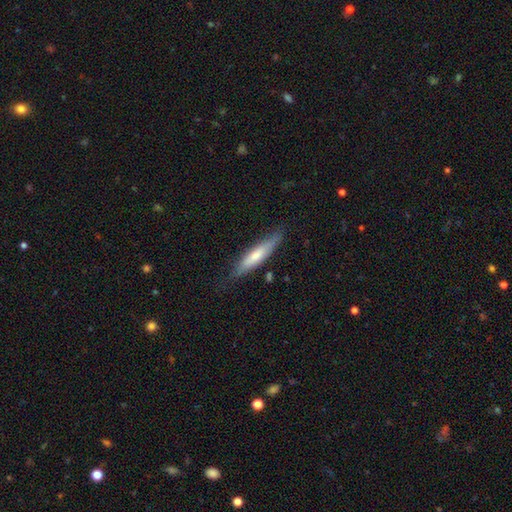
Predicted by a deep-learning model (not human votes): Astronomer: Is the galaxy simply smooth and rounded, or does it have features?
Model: smooth — 58% (runner-up: featured or disk, 37%).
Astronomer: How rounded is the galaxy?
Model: cigar-shaped — 82%.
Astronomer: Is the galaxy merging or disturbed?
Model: none — 76%.